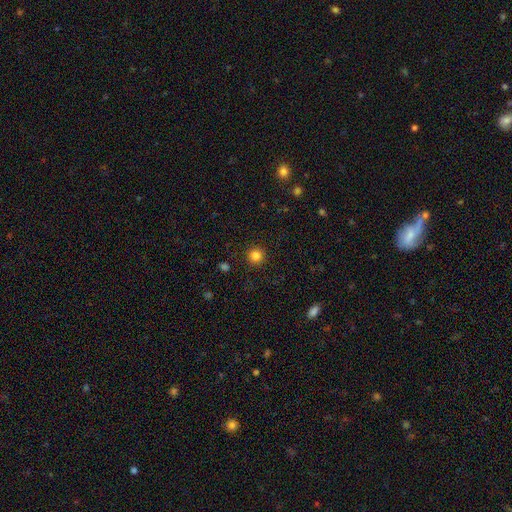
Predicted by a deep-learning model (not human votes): Smooth or featured? Predicted: smooth (p=0.84). How rounded? Predicted: round (p=0.95). Merging? Predicted: none (p=0.92).